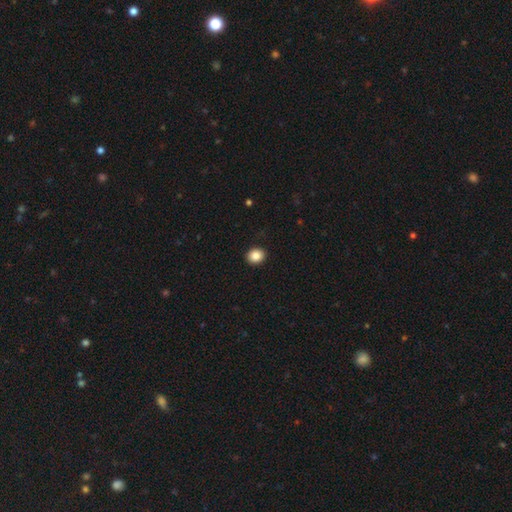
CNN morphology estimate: Smooth or featured? Predicted: smooth (p=0.85). How rounded? Predicted: round (p=0.67). Merging? Predicted: none (p=0.92).